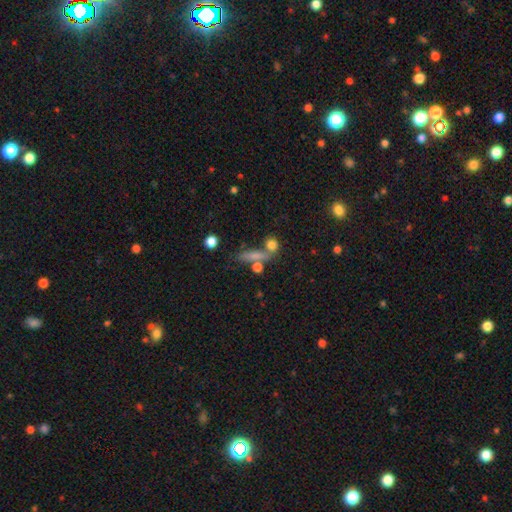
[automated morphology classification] Smooth or featured? smooth (51%)
How rounded? cigar-shaped (56%)
Merging? none (54%)